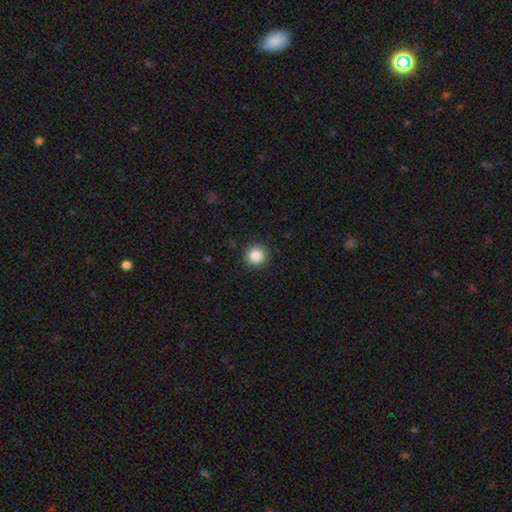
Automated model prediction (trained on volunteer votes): Smooth or featured: smooth — 87% (star or artifact — 10%)
How rounded: round — 95% (in between — 4%)
Merging: none — 91% (minor disturbance — 6%)